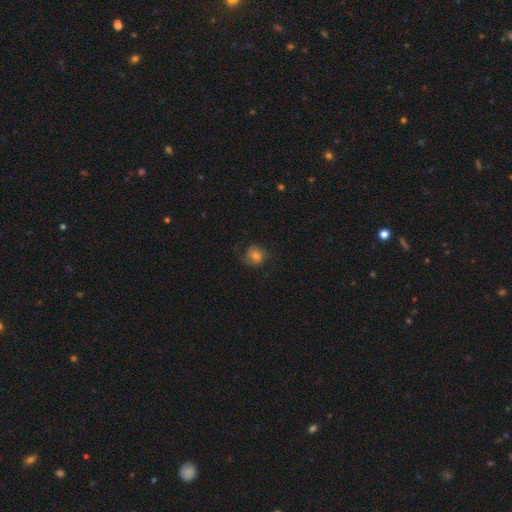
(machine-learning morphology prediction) smooth-or-featured: smooth: 73% | featured or disk: 16% | star or artifact: 11%
  how-rounded: round: 77% | in between: 22% | cigar-shaped: 1%
  merging: none: 66% | minor disturbance: 22% | major disturbance: 11% | merger: 1%